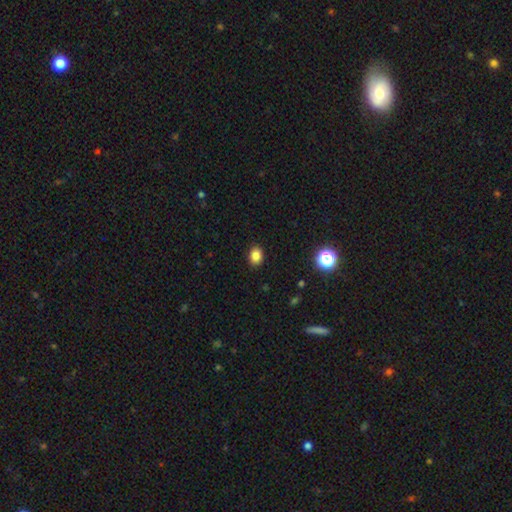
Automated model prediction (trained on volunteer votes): Smooth or featured: smooth — 84% (star or artifact — 12%)
How rounded: in between — 58% (round — 41%)
Merging: none — 90% (minor disturbance — 7%)